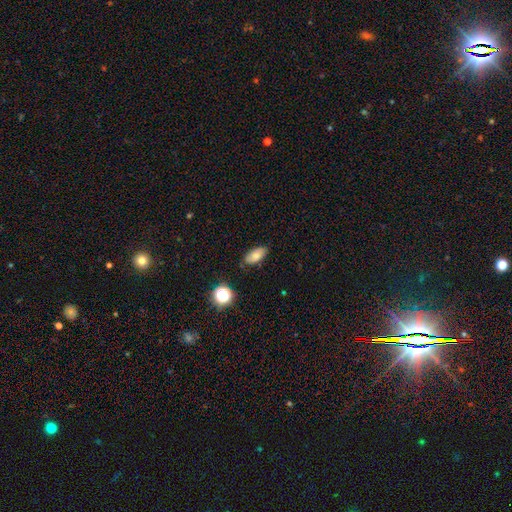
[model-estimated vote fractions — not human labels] A smooth galaxy with no disk features (73%) that is in between round and cigar-shaped (88%). Merging: none (80%).